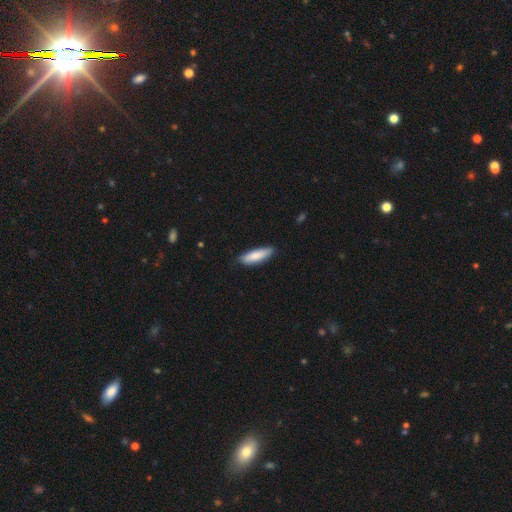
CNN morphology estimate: type=smooth (80%); roundness=cigar-shaped (52%); merging=none (84%).